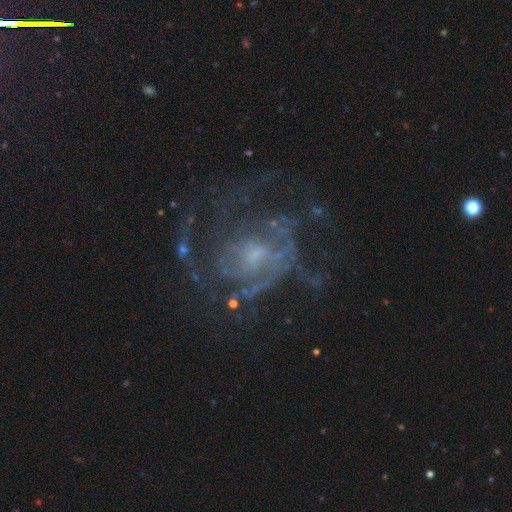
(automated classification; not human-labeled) Smooth or featured: featured or disk — 78% (star or artifact — 12%)
Edge-on disk: no — 98% (yes — 2%)
Bar: no — 68% (weak — 27%)
Spiral arms: yes — 76% (no — 24%)
Spiral winding: tight — 42% (medium — 39%)
Spiral arm count: can't tell — 44% (2 — 21%)
Bulge size: small — 53% (moderate — 29%)
Merging: none — 52% (major disturbance — 28%)